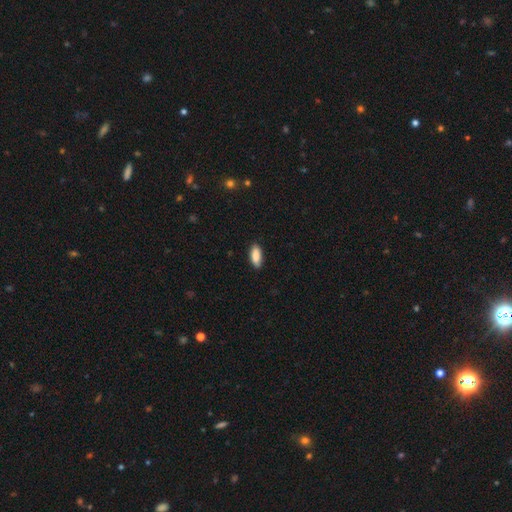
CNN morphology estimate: This is clearly a smooth galaxy (89%). How rounded: clearly in between (83%). Merging: clearly none (85%).